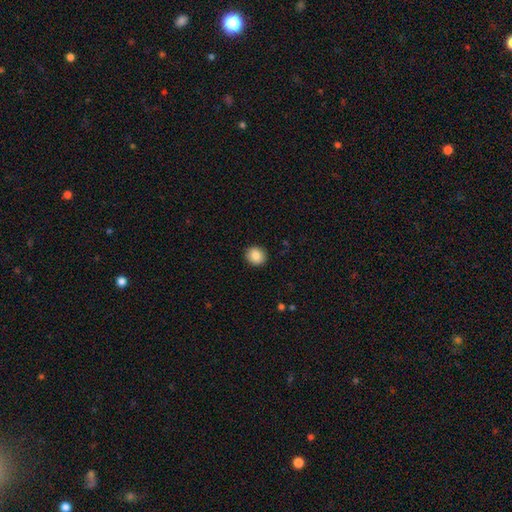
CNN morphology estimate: Smooth or featured?
  - smooth: 88% *
  - star or artifact: 8%
  - featured or disk: 4%
How rounded?
  - round: 76% *
  - in between: 23%
  - cigar-shaped: 1%
Merging?
  - none: 90% *
  - minor disturbance: 7%
  - major disturbance: 2%
  - merger: 1%